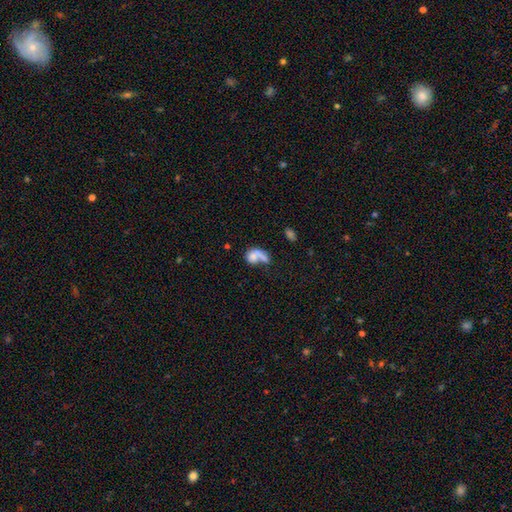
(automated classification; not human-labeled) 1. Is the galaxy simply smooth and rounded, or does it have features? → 61% smooth, 29% featured or disk, 10% star or artifact.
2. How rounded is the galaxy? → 61% in between, 35% round, 4% cigar-shaped.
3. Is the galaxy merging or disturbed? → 46% merger, 24% none, 20% major disturbance, 11% minor disturbance.